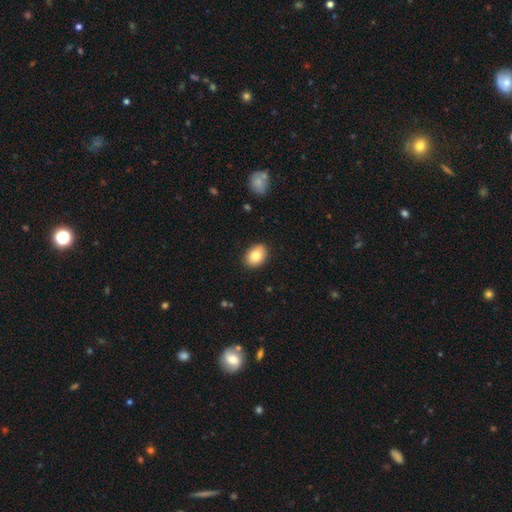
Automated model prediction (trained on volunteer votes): This appears to be a smooth galaxy with no disk features (83%) that is in between round and cigar-shaped (75%). Merging: none (88%).